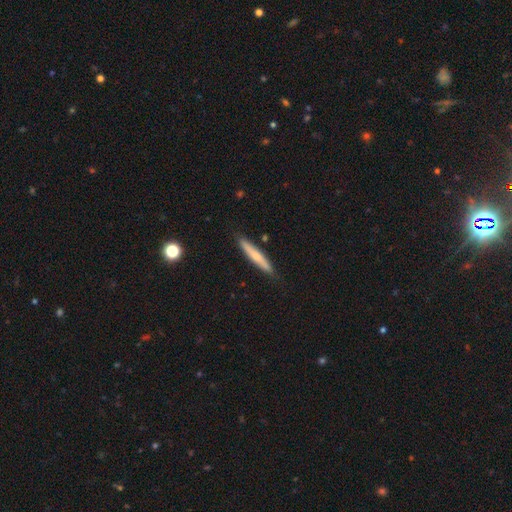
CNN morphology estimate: This is possibly a smooth galaxy (59%). How rounded: clearly cigar-shaped (94%). Merging: clearly none (87%).